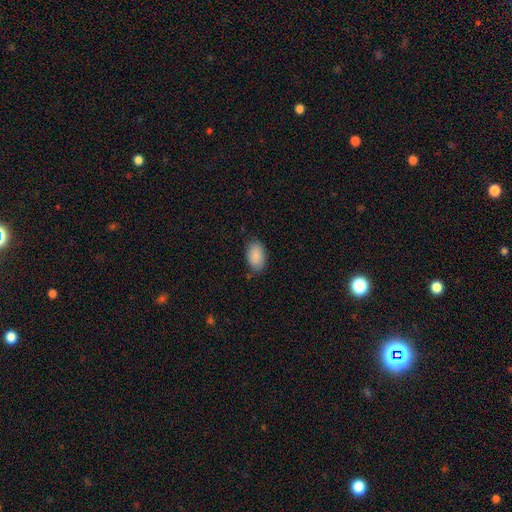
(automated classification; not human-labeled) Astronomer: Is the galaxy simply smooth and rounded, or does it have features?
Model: smooth — 88%.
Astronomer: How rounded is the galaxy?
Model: in between — 92%.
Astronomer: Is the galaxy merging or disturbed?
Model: none — 80%.